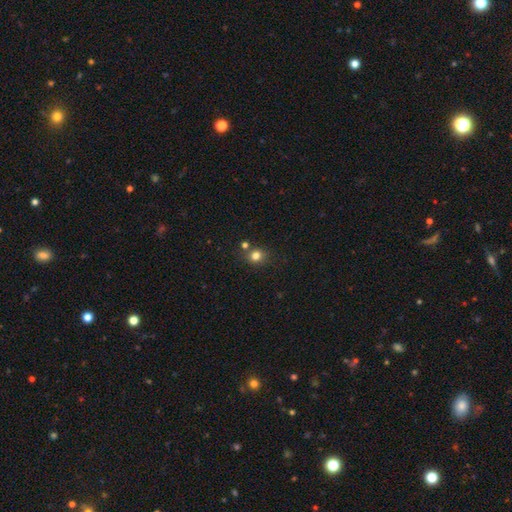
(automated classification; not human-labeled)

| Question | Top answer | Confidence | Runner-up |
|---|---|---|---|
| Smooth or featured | smooth | 79% | star or artifact (14%) |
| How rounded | round | 77% | in between (22%) |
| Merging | none | 73% | merger (13%) |